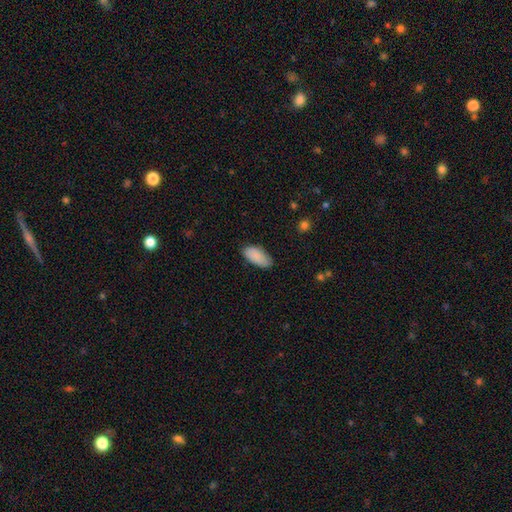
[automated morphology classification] Overall: smooth (89%). How rounded: in between (92%). Merging: none (79%).